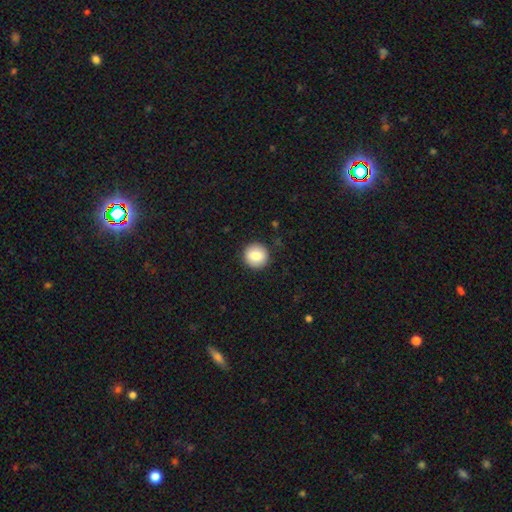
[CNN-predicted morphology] The model was most divided on "smooth or featured": smooth: 86%, star or artifact: 8%, featured or disk: 6%. More confident: how rounded — round (95%); merging — none (91%).